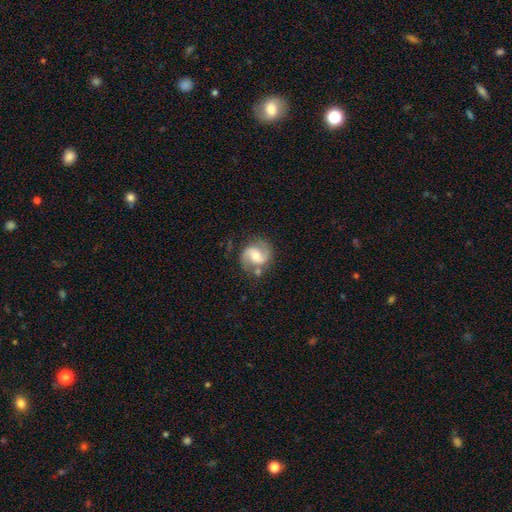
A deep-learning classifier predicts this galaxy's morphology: Q: Smooth or featured?
A: featured or disk (76%); runner-up: smooth (17%)
Q: Edge-on disk?
A: no (98%); runner-up: yes (2%)
Q: Bar?
A: weak (47%); runner-up: no (38%)
Q: Spiral arms?
A: yes (94%); runner-up: no (6%)
Q: Spiral winding?
A: medium (53%); runner-up: loose (29%)
Q: Spiral arm count?
A: 2 (91%); runner-up: can't tell (4%)
Q: Bulge size?
A: moderate (59%); runner-up: small (27%)
Q: Merging?
A: none (71%); runner-up: minor disturbance (16%)